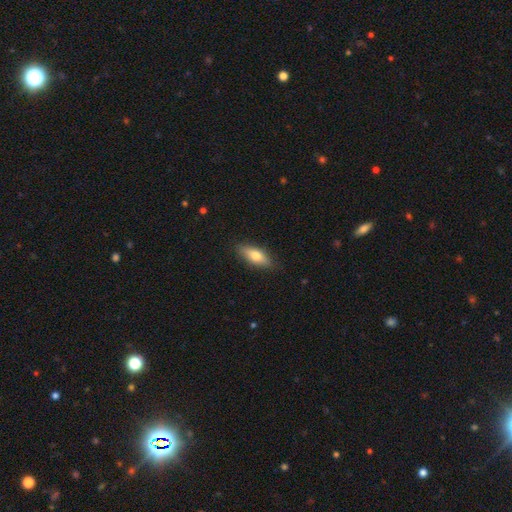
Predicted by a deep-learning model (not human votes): smooth_or_featured: smooth (p=0.66) [alt: featured or disk p=0.27]
how_rounded: in between (p=0.69) [alt: cigar-shaped p=0.28]
merging: none (p=0.85) [alt: minor disturbance p=0.12]